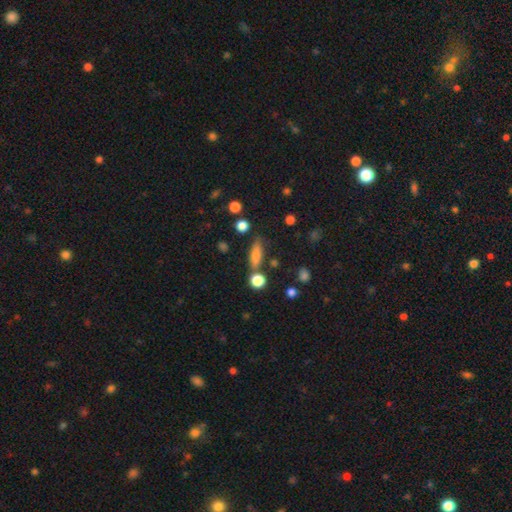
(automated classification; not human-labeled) The model was most divided on "how rounded": in between: 48%, cigar-shaped: 45%, round: 7%. More confident: smooth or featured — smooth (77%); merging — none (66%).